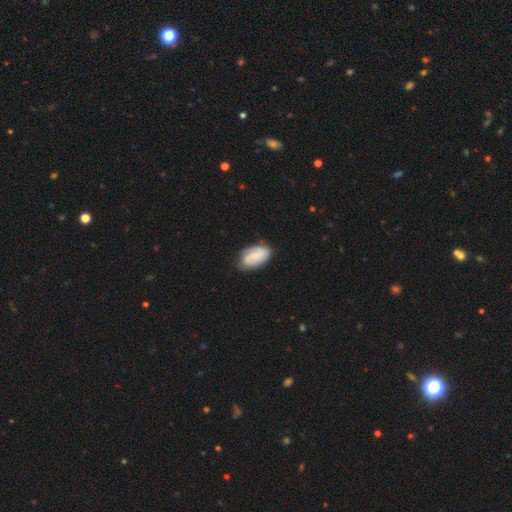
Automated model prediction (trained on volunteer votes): A featured or disk galaxy (60%) with no bar (53%), 2 (71%) tight (46%) spiral arms (91%) and a small central bulge (60%). Merging: none (77%).